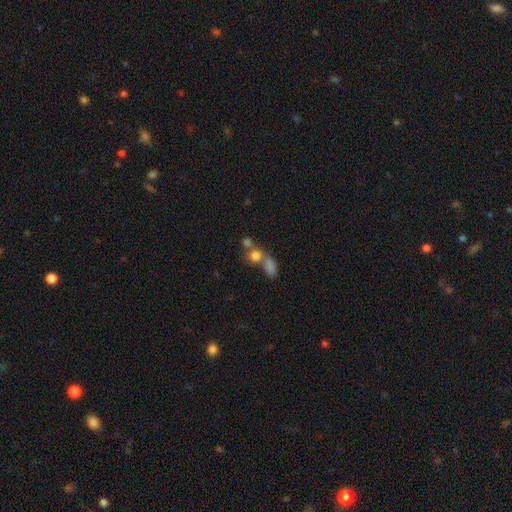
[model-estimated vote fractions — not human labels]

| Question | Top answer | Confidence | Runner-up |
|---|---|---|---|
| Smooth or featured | smooth | 75% | star or artifact (13%) |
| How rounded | round | 67% | in between (31%) |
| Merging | merger | 48% | none (38%) |